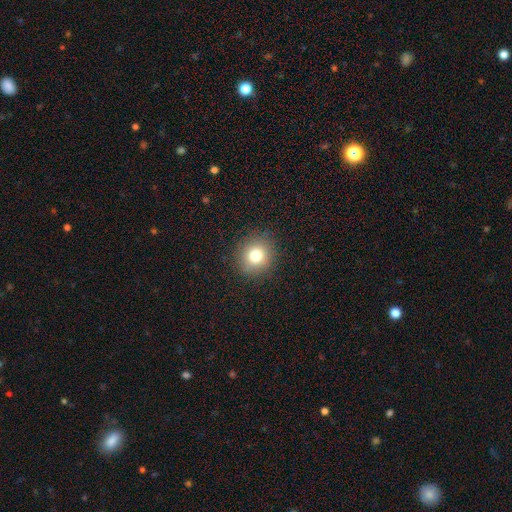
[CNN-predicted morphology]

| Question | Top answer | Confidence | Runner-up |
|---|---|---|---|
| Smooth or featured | smooth | 77% | star or artifact (13%) |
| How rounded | round | 89% | in between (10%) |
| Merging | none | 90% | minor disturbance (7%) |